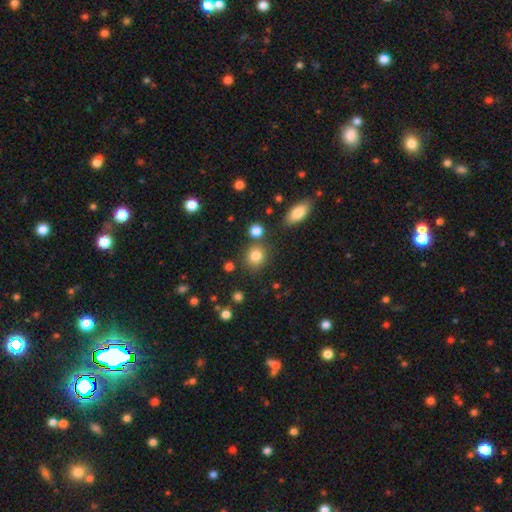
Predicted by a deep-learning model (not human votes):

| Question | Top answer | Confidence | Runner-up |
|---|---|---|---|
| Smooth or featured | smooth | 82% | star or artifact (12%) |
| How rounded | round | 79% | in between (19%) |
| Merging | none | 78% | minor disturbance (10%) |